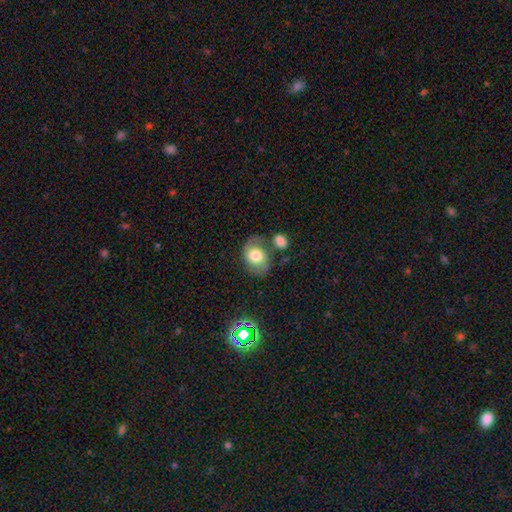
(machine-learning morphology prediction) type=smooth (55%); roundness=in between (63%); merging=none (54%).